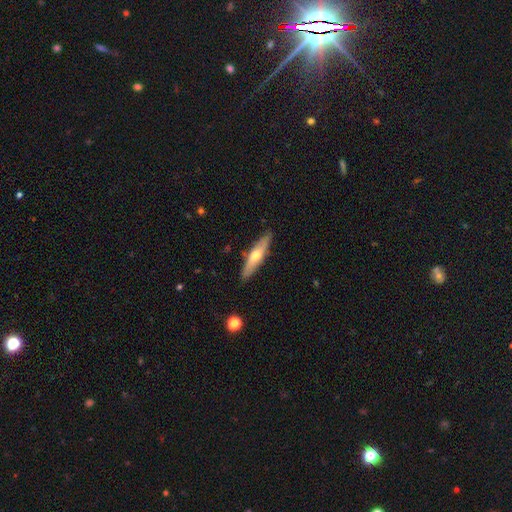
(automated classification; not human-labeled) featured or disk 49%, smooth 46%, star or artifact 5%. Down the decision tree: merging — none (87%).